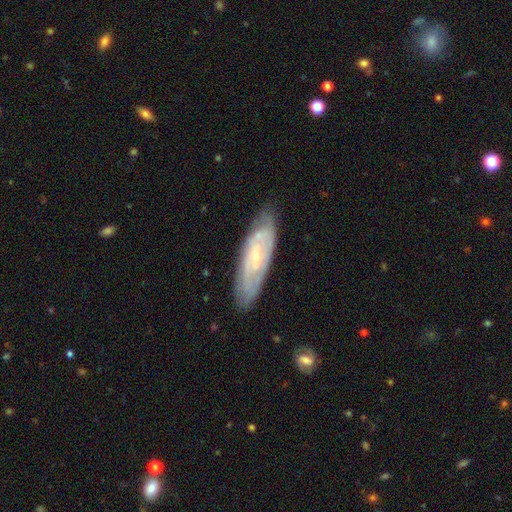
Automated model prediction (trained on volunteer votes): Smooth or featured?
  - featured or disk: 69% *
  - smooth: 25%
  - star or artifact: 6%
Edge-on disk?
  - no: 80% *
  - yes: 20%
Bar?
  - no: 64% *
  - weak: 29%
  - strong: 7%
Spiral arms?
  - yes: 83% *
  - no: 17%
Bulge size?
  - small: 79% *
  - moderate: 15%
  - none: 4%
  - large: 1%
  - dominant: 1%
Merging?
  - none: 77% *
  - minor disturbance: 18%
  - major disturbance: 4%
  - merger: 2%